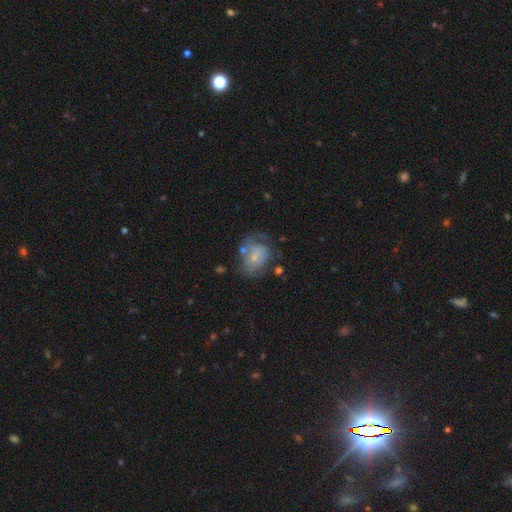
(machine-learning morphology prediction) This appears to be a smooth galaxy with no disk features (49%). Merging: none (37%).